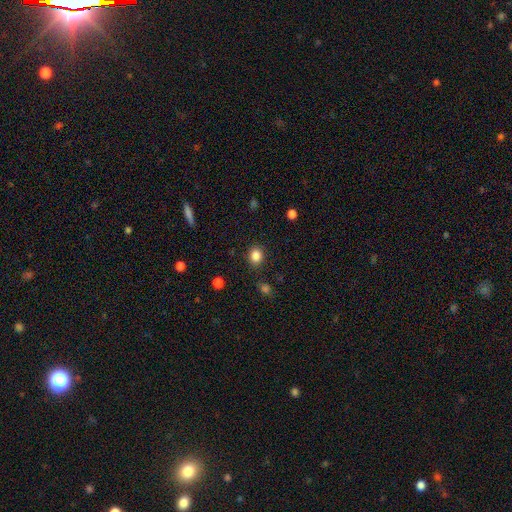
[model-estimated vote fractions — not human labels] The model was most divided on "how rounded": round: 65%, in between: 34%, cigar-shaped: 1%. More confident: merging — none (86%); smooth or featured — smooth (85%).